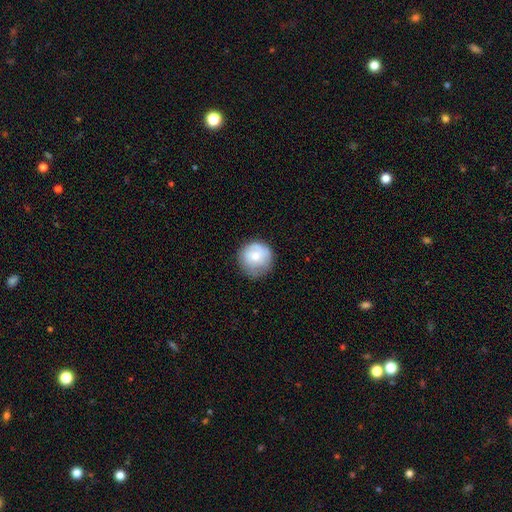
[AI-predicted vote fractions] smooth_or_featured: smooth (p=0.65) [alt: featured or disk p=0.27]
how_rounded: round (p=0.92) [alt: in between p=0.07]
merging: none (p=0.71) [alt: minor disturbance p=0.22]